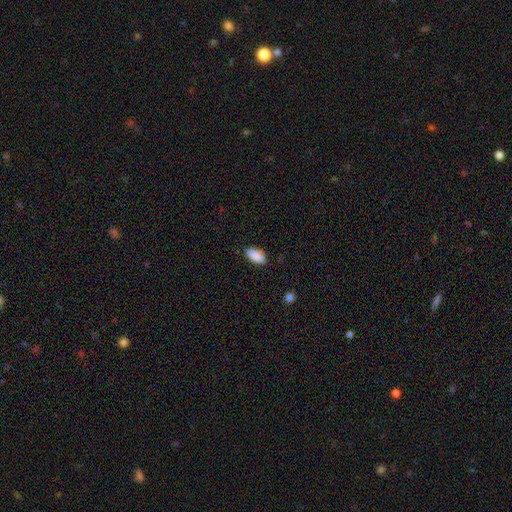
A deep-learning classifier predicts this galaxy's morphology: This is clearly a smooth galaxy (89%). How rounded: clearly in between (90%). Merging: clearly none (86%).